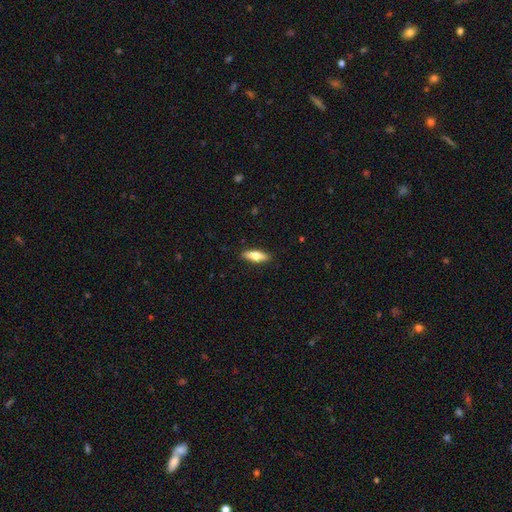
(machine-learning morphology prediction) Smooth or featured: smooth — 66% (featured or disk — 29%)
How rounded: in between — 54% (cigar-shaped — 44%)
Merging: none — 89% (minor disturbance — 8%)